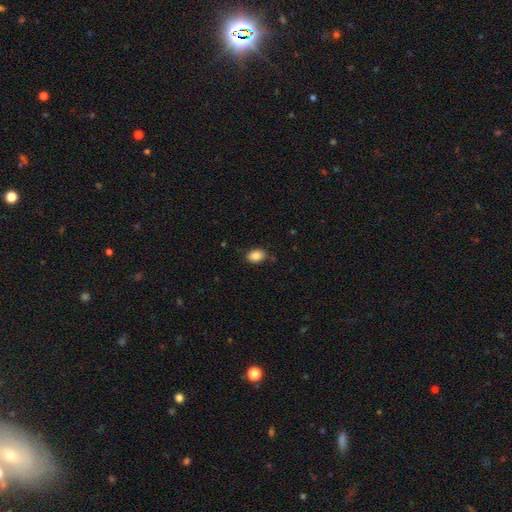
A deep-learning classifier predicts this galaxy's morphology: This appears to be a smooth galaxy with no disk features (86%) that is in between round and cigar-shaped (81%). Merging: none (84%).